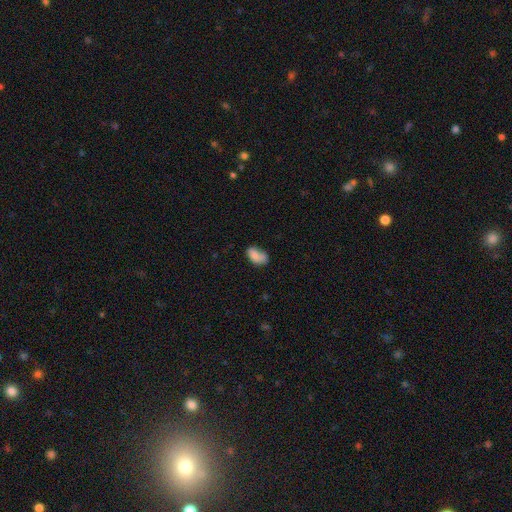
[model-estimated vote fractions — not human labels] Morphology: type=smooth (78%); roundness=in between (90%); merging=none (48%).